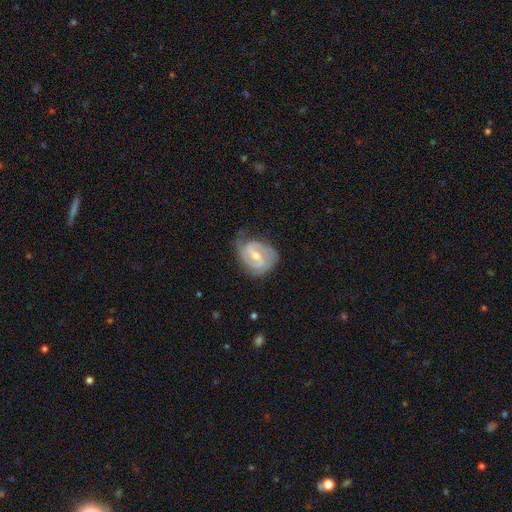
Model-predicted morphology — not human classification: type=featured or disk (84%); edge-on=no (97%); bar=weak (55%); spiral arms=yes (95%); winding=tight (46%); arm count=2 (68%); bulge=moderate (51%); merging=none (60%).